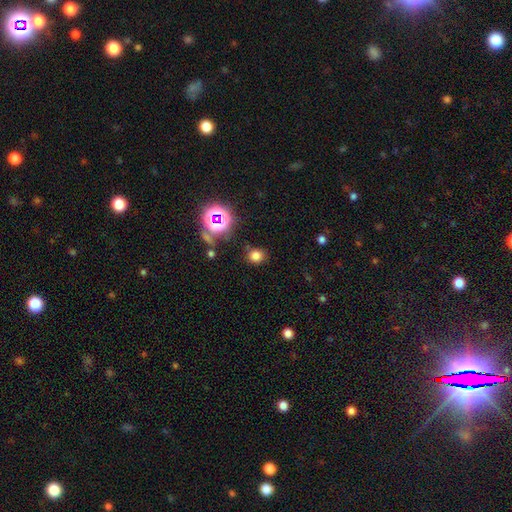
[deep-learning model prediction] Smooth or featured? Predicted: smooth (p=0.73). How rounded? Predicted: round (p=0.78). Merging? Predicted: none (p=0.81).